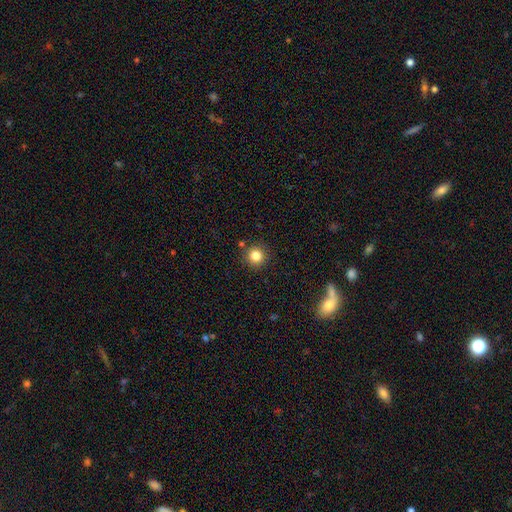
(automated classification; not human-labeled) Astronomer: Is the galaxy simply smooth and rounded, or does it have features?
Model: smooth — 83%.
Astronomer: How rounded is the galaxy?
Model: round — 94%.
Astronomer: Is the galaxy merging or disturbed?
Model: none — 87%.